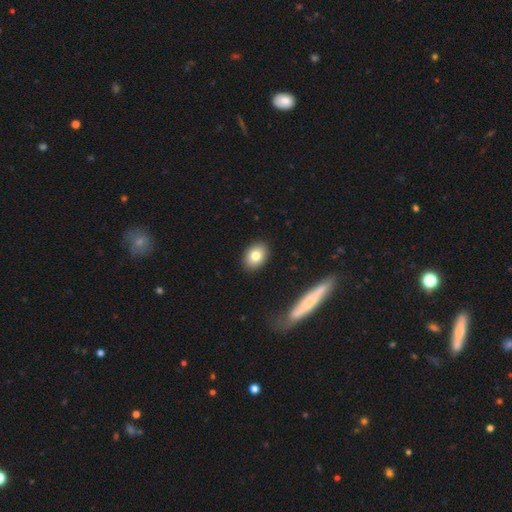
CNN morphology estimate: A smooth galaxy with no disk features (79%) that is in between round and cigar-shaped (68%). Merging: none (90%).